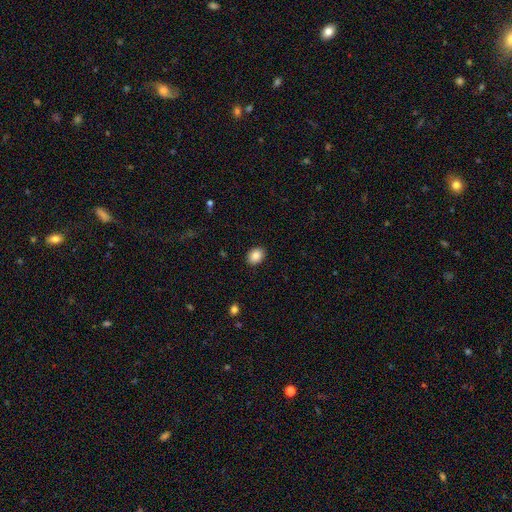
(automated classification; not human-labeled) A smooth galaxy with no disk features (88%) that is in between round and cigar-shaped (56%). Merging: none (90%).